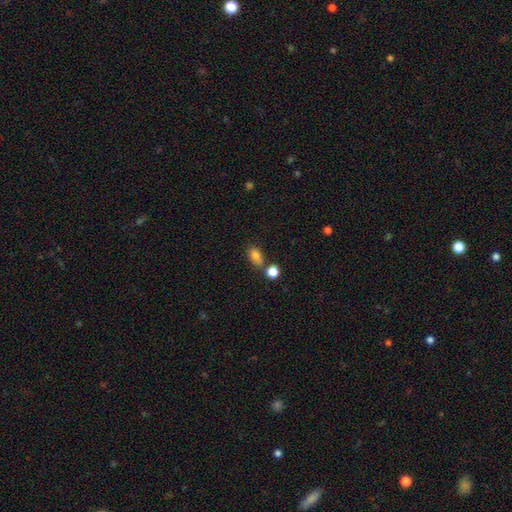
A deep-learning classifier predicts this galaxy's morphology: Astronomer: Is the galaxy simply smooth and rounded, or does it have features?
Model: smooth — 81%.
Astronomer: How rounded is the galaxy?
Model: in between — 80%.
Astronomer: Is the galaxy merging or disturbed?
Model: none — 61%.